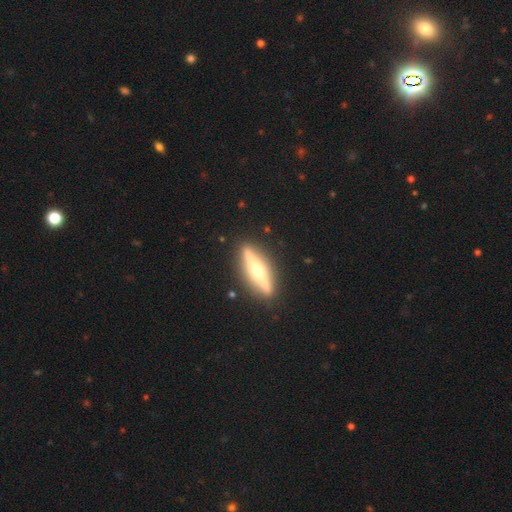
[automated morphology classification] Q: Smooth or featured?
A: featured or disk (74%); runner-up: smooth (20%)
Q: Edge-on disk?
A: yes (94%); runner-up: no (6%)
Q: Edge-on bulge?
A: rounded (89%); runner-up: none (6%)
Q: Merging?
A: none (89%); runner-up: minor disturbance (7%)